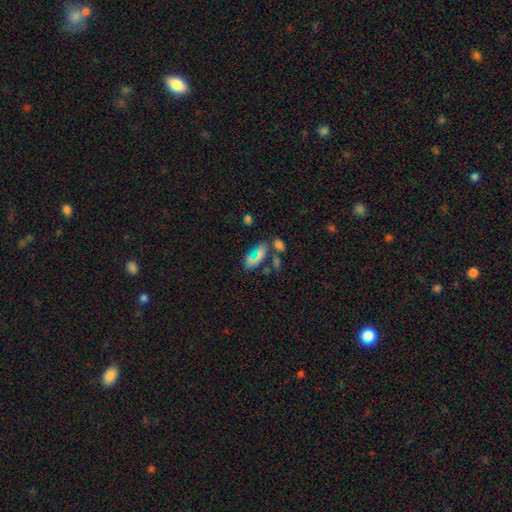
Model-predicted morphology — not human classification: The model was most divided on "merging": none: 35%, merger: 32%, minor disturbance: 17%, major disturbance: 16%. More confident: how rounded — in between (82%); smooth or featured — smooth (52%).